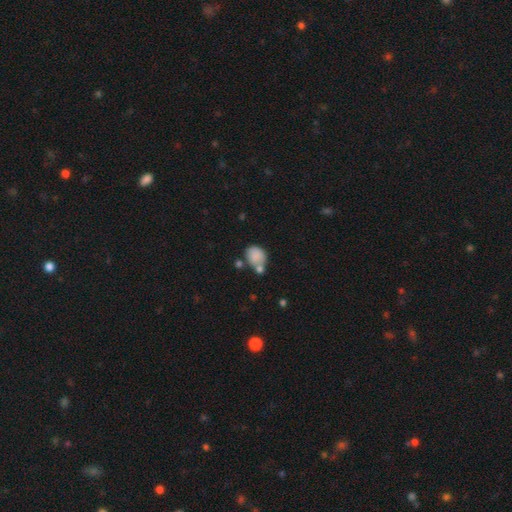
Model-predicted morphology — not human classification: Smooth or featured: smooth — 83% (star or artifact — 9%)
How rounded: round — 59% (in between — 40%)
Merging: none — 47% (merger — 29%)